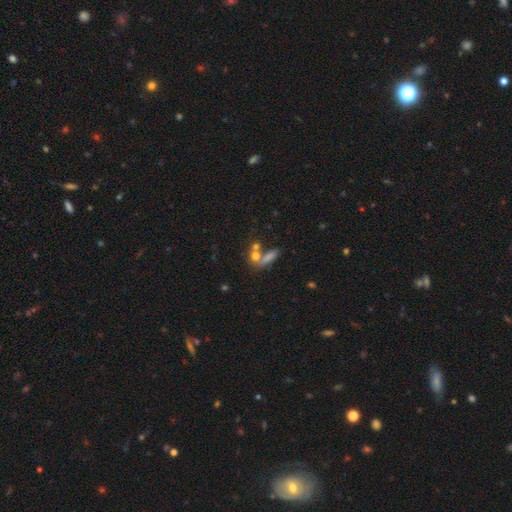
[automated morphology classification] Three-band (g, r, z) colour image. It shows a smooth galaxy with no disk features (69%) that is in between round and cigar-shaped (46%). Merging: merger (44%).